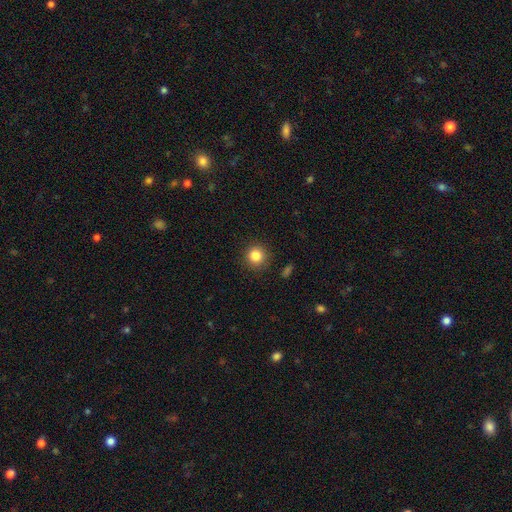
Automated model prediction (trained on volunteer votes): This appears to be a smooth galaxy with no disk features (84%) that is round (93%). Merging: none (90%).